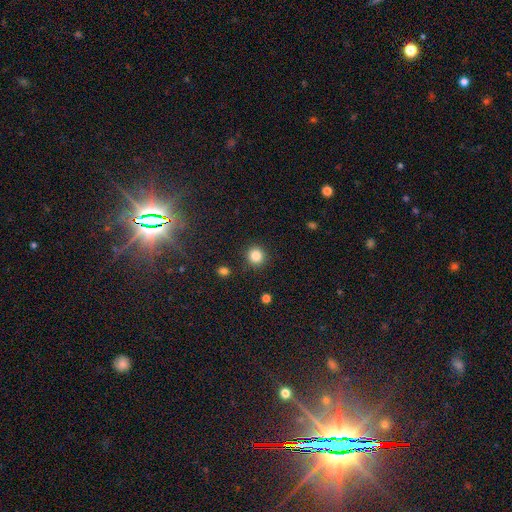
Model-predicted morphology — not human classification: smooth-or-featured: smooth: 84% | star or artifact: 11% | featured or disk: 4%
  how-rounded: round: 92% | in between: 7% | cigar-shaped: 1%
  merging: none: 88% | minor disturbance: 7% | major disturbance: 3% | merger: 2%